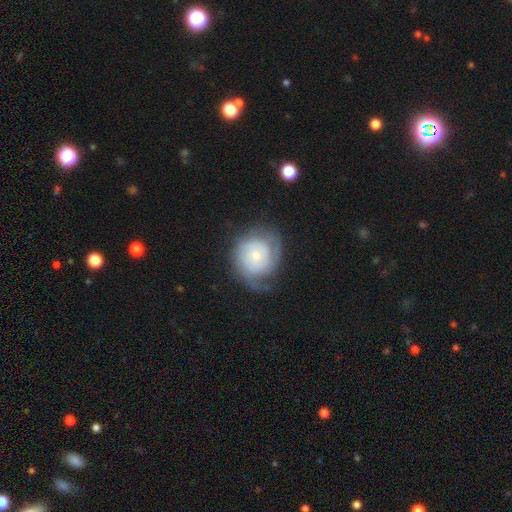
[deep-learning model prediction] Q: Smooth or featured?
A: featured or disk (70%); runner-up: smooth (24%)
Q: Edge-on disk?
A: no (98%); runner-up: yes (2%)
Q: Bar?
A: no (75%); runner-up: weak (22%)
Q: Spiral arms?
A: yes (90%); runner-up: no (10%)
Q: Spiral winding?
A: tight (59%); runner-up: medium (29%)
Q: Spiral arm count?
A: 2 (38%); runner-up: can't tell (33%)
Q: Bulge size?
A: small (56%); runner-up: moderate (34%)
Q: Merging?
A: none (60%); runner-up: minor disturbance (23%)